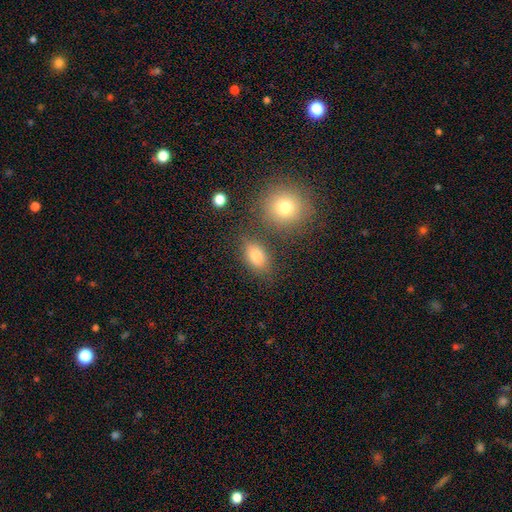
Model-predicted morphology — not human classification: Smooth or featured: smooth — 79% (star or artifact — 12%)
How rounded: in between — 80% (round — 16%)
Merging: none — 73% (minor disturbance — 13%)